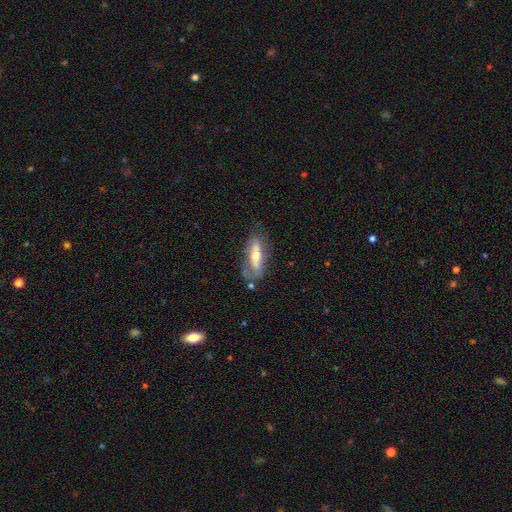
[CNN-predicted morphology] Q: Smooth or featured?
A: featured or disk (59%); runner-up: smooth (34%)
Q: Edge-on disk?
A: no (64%); runner-up: yes (36%)
Q: Merging?
A: none (55%); runner-up: minor disturbance (25%)